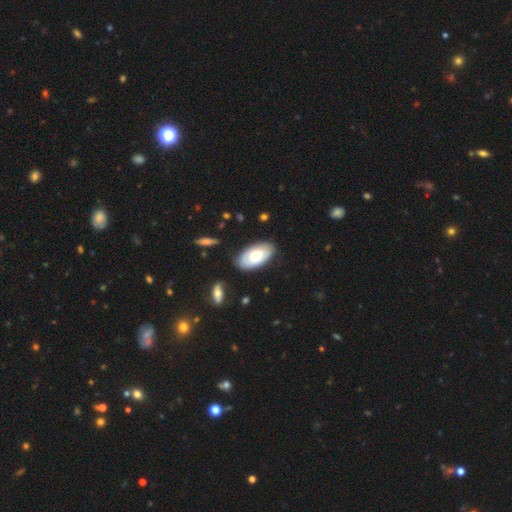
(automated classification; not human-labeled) Smooth or featured? Predicted: smooth (p=0.63). How rounded? Predicted: in between (p=0.95). Merging? Predicted: none (p=0.82).